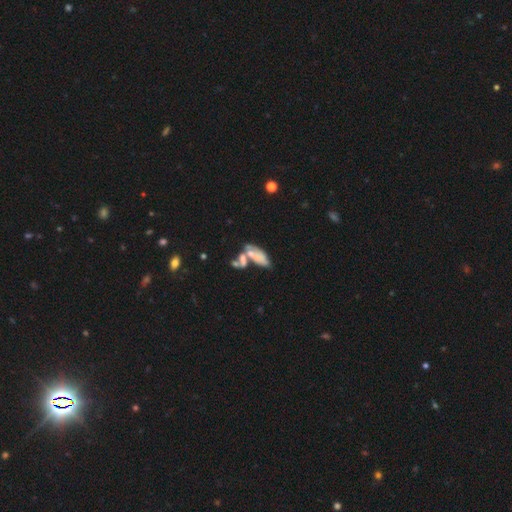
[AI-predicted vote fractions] Morphology: type=smooth (54%); roundness=in between (83%); merging=merger (51%).